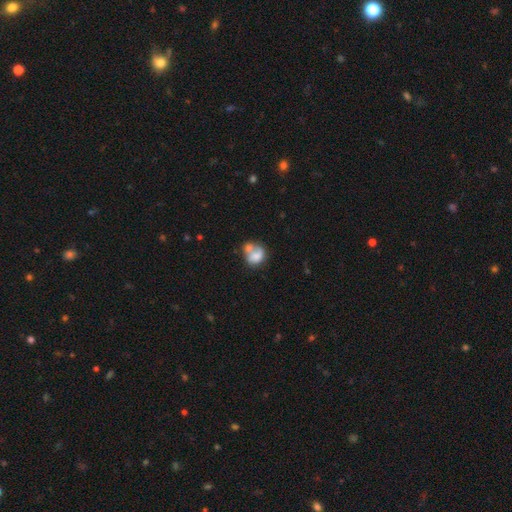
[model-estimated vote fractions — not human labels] Smooth or featured?
  - smooth: 69% *
  - featured or disk: 22%
  - star or artifact: 9%
How rounded?
  - round: 49% * (tied)
  - in between: 49% * (tied)
  - cigar-shaped: 1%
Merging?
  - merger: 54% *
  - none: 24%
  - minor disturbance: 13%
  - major disturbance: 9%